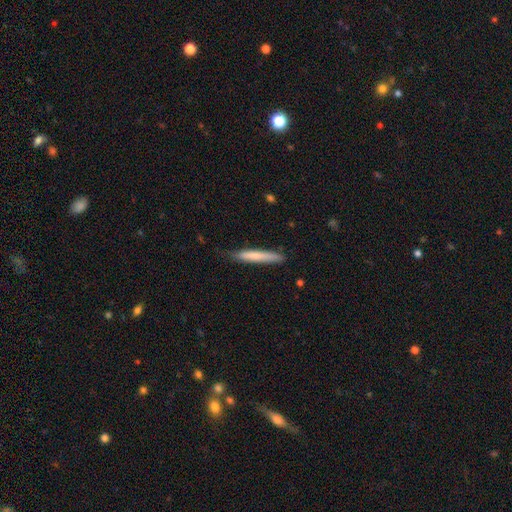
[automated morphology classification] The model was most divided on "smooth or featured": smooth: 73%, featured or disk: 22%, star or artifact: 5%. More confident: how rounded — cigar-shaped (95%); merging — none (75%).